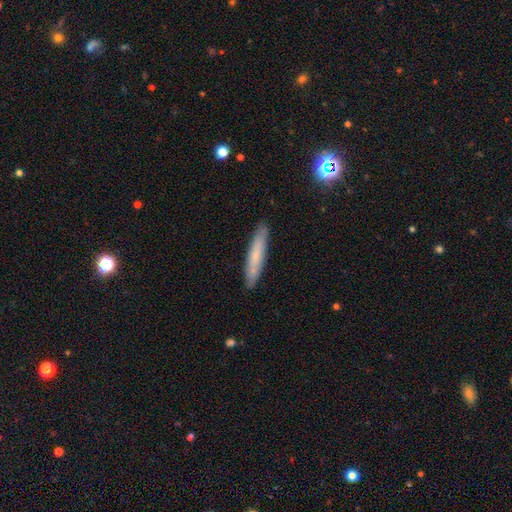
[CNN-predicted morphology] smooth-or-featured: smooth: 66% | featured or disk: 27% | star or artifact: 7%
  how-rounded: cigar-shaped: 92% | in between: 7% | round: 1%
  merging: none: 88% | minor disturbance: 9% | major disturbance: 2% | merger: 1%